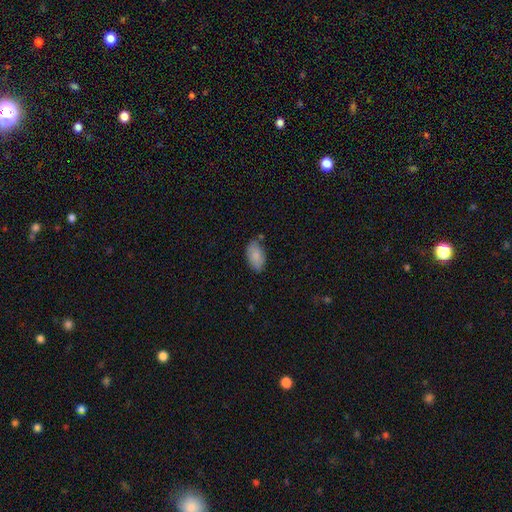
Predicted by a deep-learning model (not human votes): Smooth or featured: smooth — 85% (featured or disk — 9%)
How rounded: in between — 94% (round — 3%)
Merging: none — 71% (minor disturbance — 21%)